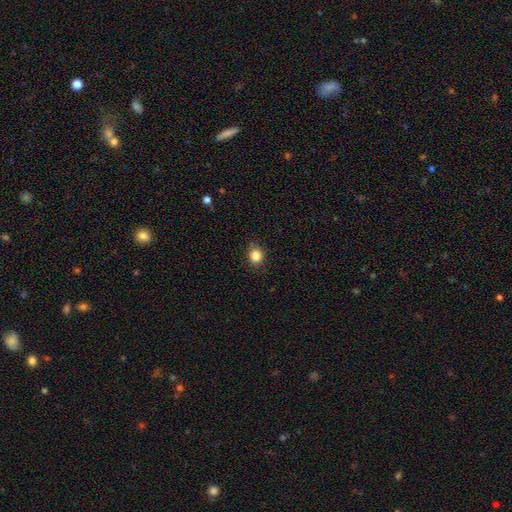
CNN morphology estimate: Smooth or featured: smooth — 84% (star or artifact — 11%)
How rounded: round — 73% (in between — 26%)
Merging: none — 87% (minor disturbance — 10%)